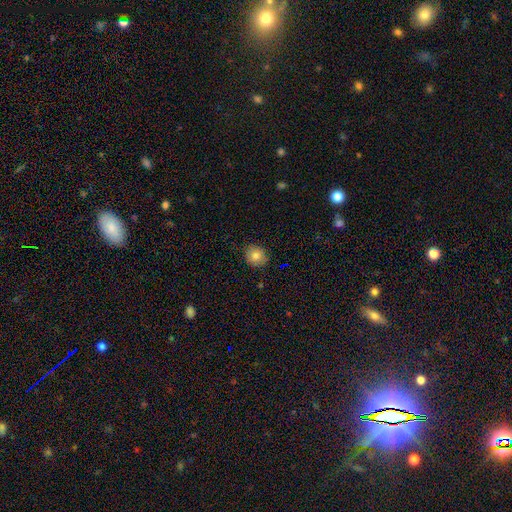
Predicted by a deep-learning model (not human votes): The model was most divided on "how rounded": round: 84%, in between: 15%, cigar-shaped: 1%. More confident: merging — none (88%); smooth or featured — smooth (81%).